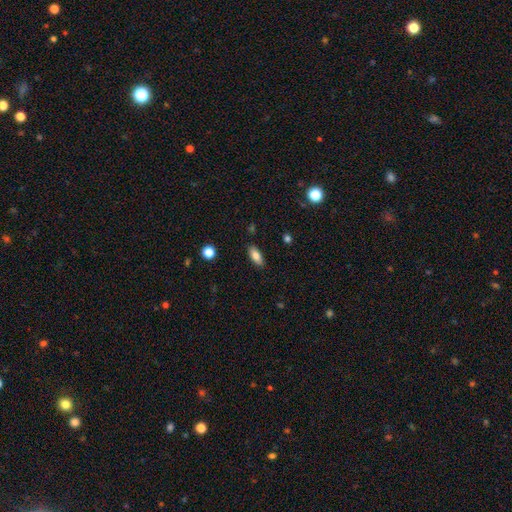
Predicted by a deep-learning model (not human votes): Smooth or featured: smooth — 81% (featured or disk — 11%)
How rounded: in between — 83% (cigar-shaped — 14%)
Merging: none — 86% (minor disturbance — 10%)